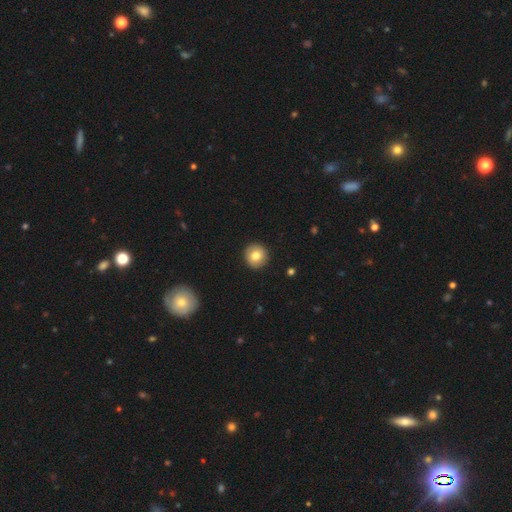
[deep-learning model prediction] Smooth or featured?
  - smooth: 81% *
  - featured or disk: 11%
  - star or artifact: 8%
How rounded?
  - round: 93% *
  - in between: 6%
  - cigar-shaped: 1%
Merging?
  - none: 92% *
  - minor disturbance: 5%
  - major disturbance: 2%
  - merger: 1%